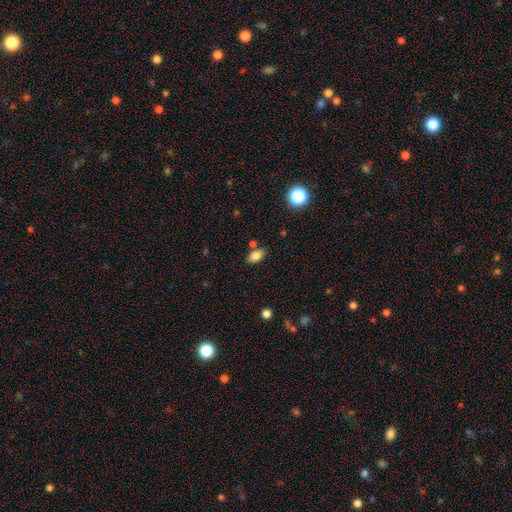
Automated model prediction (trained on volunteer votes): The model was most divided on "merging": none: 77%, minor disturbance: 12%, merger: 9%, major disturbance: 3%. More confident: how rounded — in between (88%); smooth or featured — smooth (82%).